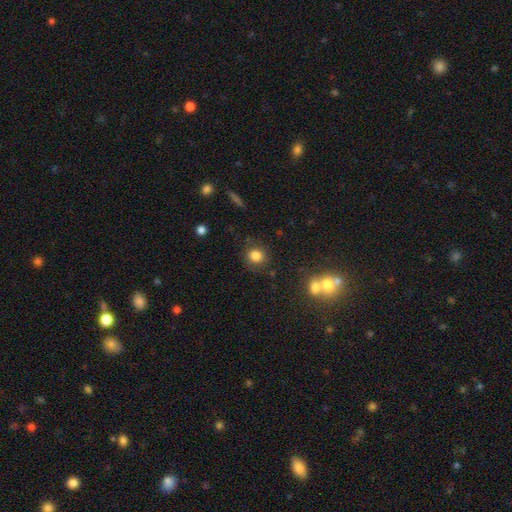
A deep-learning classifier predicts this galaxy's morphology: Overall: smooth (82%). How rounded: round (86%). Merging: none (83%).